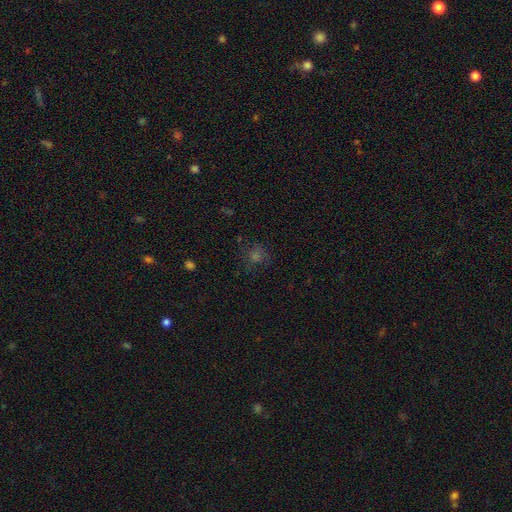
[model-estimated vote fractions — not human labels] This appears to be a smooth galaxy with no disk features (47%). Merging: none (79%).